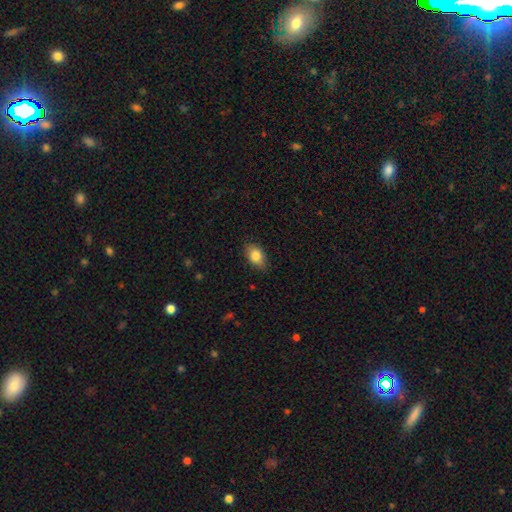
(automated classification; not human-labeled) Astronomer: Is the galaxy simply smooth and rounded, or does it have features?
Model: smooth — 84%.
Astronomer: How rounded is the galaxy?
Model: in between — 85%.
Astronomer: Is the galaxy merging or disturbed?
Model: none — 83%.